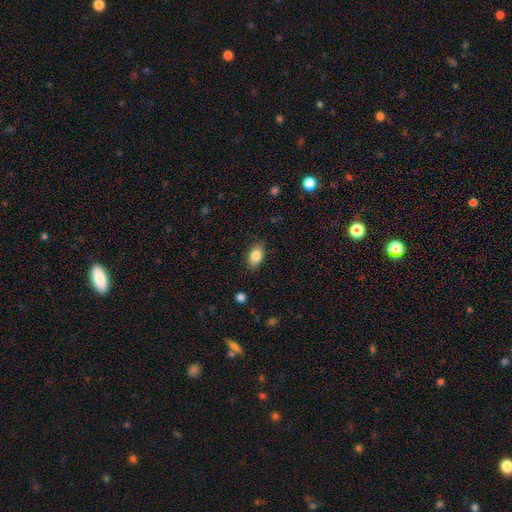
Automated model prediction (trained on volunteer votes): smooth 84%, featured or disk 8%, star or artifact 8%. Down the decision tree: how rounded — in between (89%); merging — none (85%).